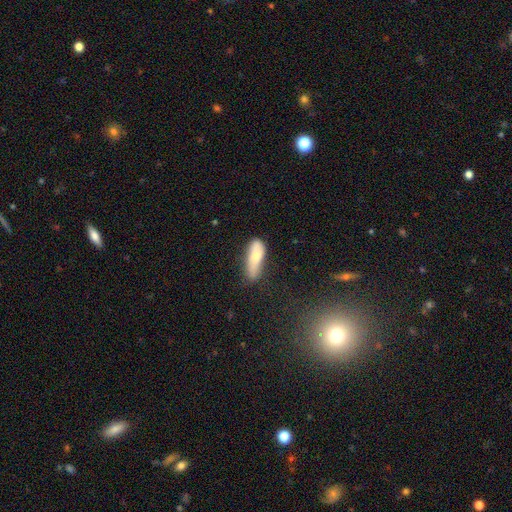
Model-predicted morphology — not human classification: A smooth galaxy with no disk features (72%) that is in between round and cigar-shaped (58%).

Vote fractions:
- Smooth or featured? smooth: 72% / featured or disk: 22% / star or artifact: 7%
- How rounded? in between: 58% / cigar-shaped: 39% / round: 2%
- Merging? none: 48% / minor disturbance: 33% / major disturbance: 13% / merger: 6%